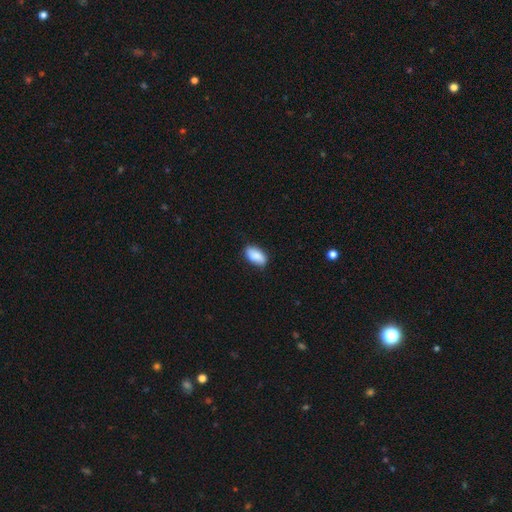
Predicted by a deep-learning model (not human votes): This is clearly a smooth galaxy (88%). How rounded: clearly in between (93%). Merging: clearly none (82%).